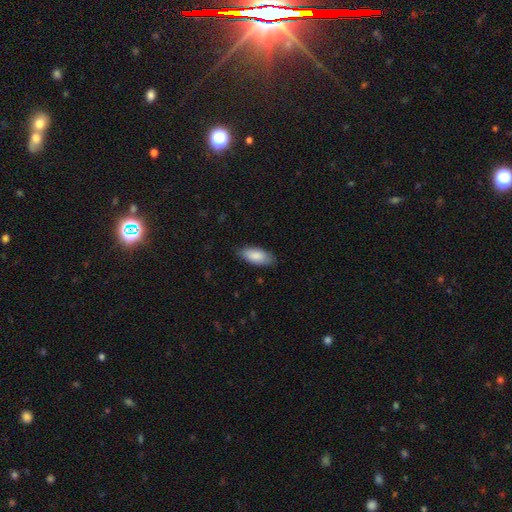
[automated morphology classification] Smooth or featured? Predicted: smooth (p=0.87). How rounded? Predicted: in between (p=0.86). Merging? Predicted: none (p=0.82).